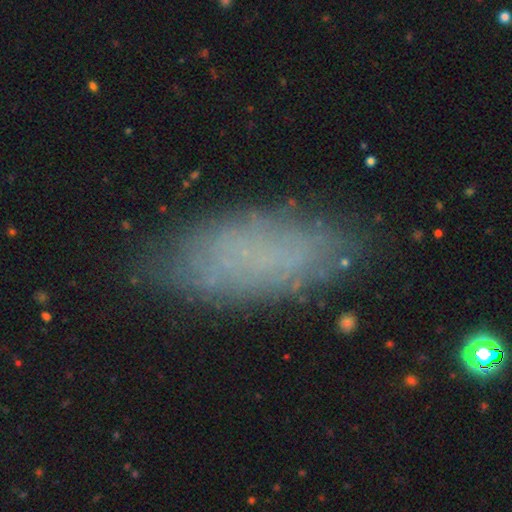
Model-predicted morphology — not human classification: This is likely a smooth galaxy (63%). How rounded: clearly in between (83%). Merging: likely none (76%).